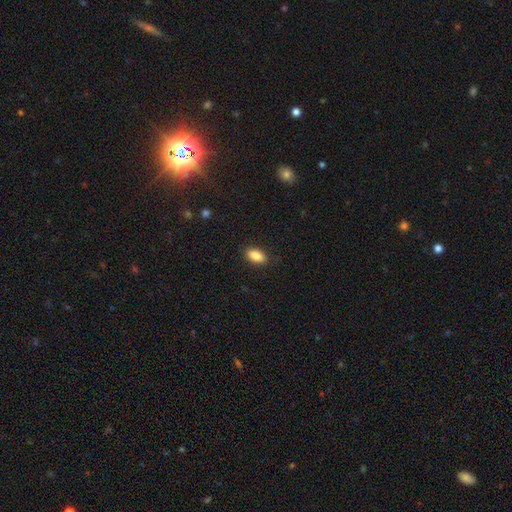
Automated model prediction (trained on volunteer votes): This is clearly a smooth galaxy (87%). How rounded: clearly in between (90%). Merging: clearly none (88%).